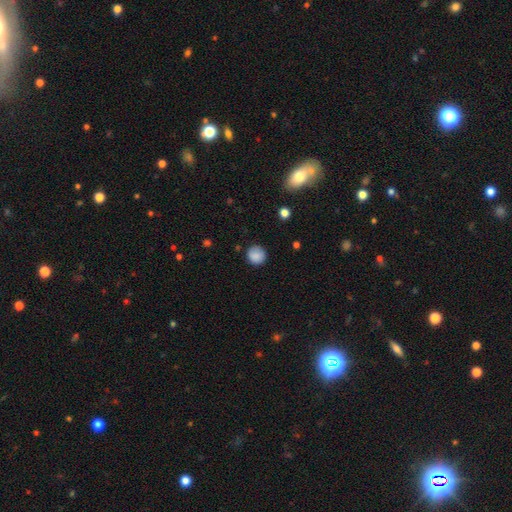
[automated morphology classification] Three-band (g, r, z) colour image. It shows a smooth galaxy with no disk features (86%) that is round (91%). Merging: none (83%).